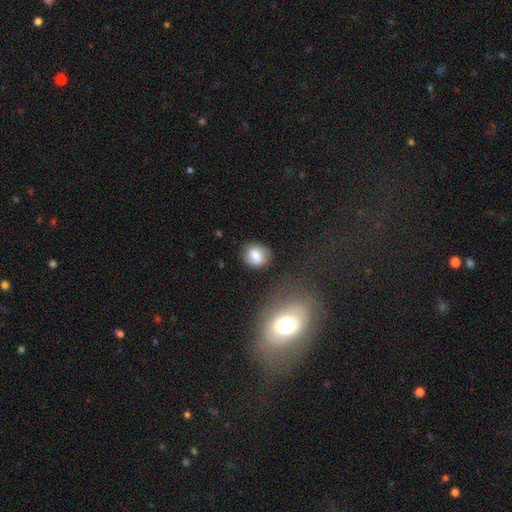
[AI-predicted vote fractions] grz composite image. It shows a smooth galaxy with no disk features (79%) that is round (63%). Merging: none (73%).